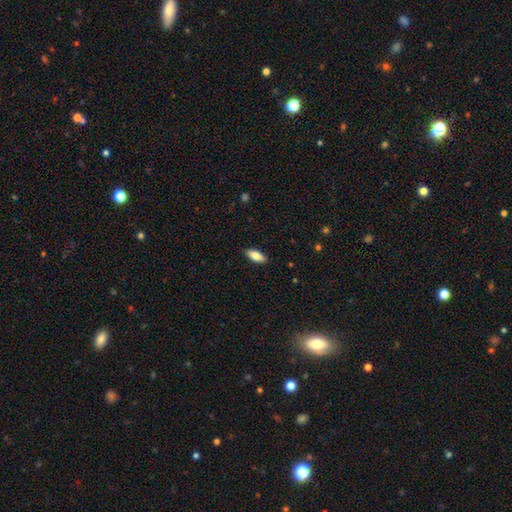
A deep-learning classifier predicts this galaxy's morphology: The model was most divided on "how rounded": in between: 82%, cigar-shaped: 16%, round: 2%. More confident: merging — none (89%); smooth or featured — smooth (81%).